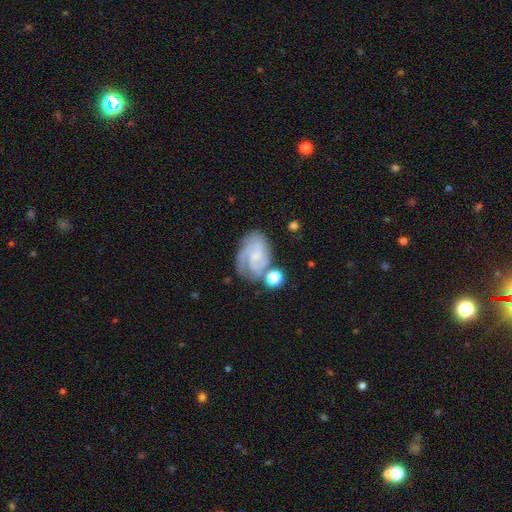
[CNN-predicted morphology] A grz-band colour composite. It shows a featured or disk galaxy (73%) with no bar (59%), 2 (30%) tight (51%) spiral arms (93%) and a small central bulge (55%). Merging: none (55%).